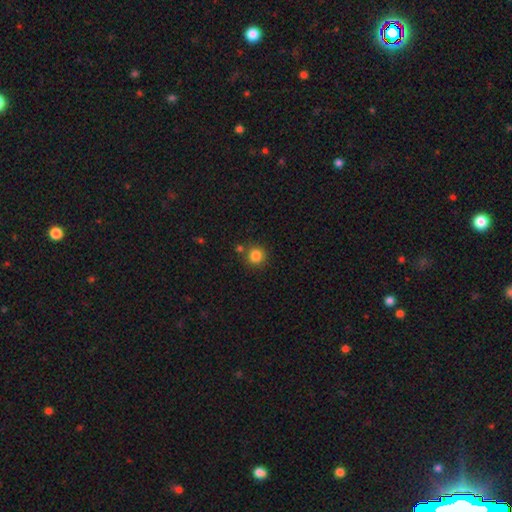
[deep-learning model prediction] smooth-or-featured: smooth: 84% | star or artifact: 11% | featured or disk: 4%
  how-rounded: round: 94% | in between: 5% | cigar-shaped: 1%
  merging: none: 81% | merger: 9% | minor disturbance: 8% | major disturbance: 3%